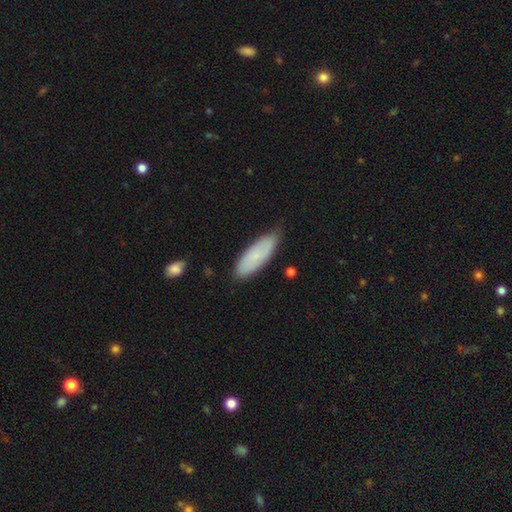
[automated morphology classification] This appears to be a smooth galaxy with no disk features (74%) that is in between round and cigar-shaped (65%). Merging: none (73%).